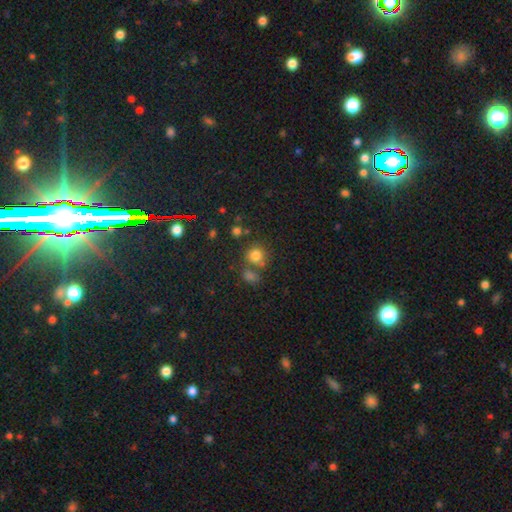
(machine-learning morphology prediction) smooth 77%, star or artifact 15%, featured or disk 8%. Down the decision tree: how rounded — round (83%); merging — none (61%).